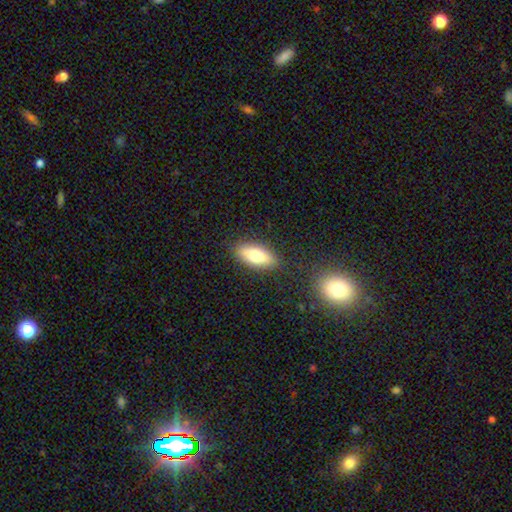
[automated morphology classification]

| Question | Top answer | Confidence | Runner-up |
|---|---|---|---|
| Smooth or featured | smooth | 73% | featured or disk (20%) |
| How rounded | in between | 76% | cigar-shaped (21%) |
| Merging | none | 87% | minor disturbance (9%) |